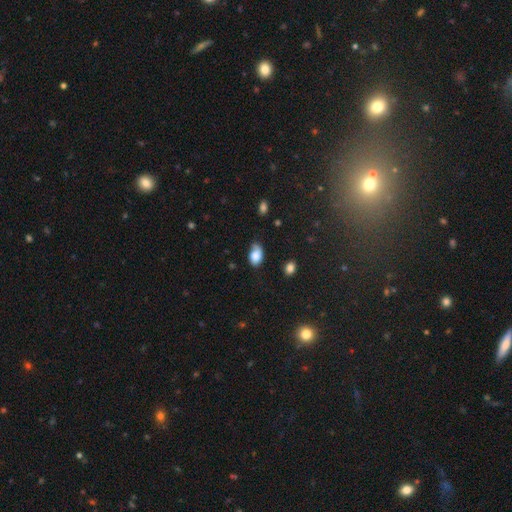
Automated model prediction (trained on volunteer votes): This appears to be a smooth galaxy with no disk features (79%) that is in between round and cigar-shaped (88%). Merging: none (49%).